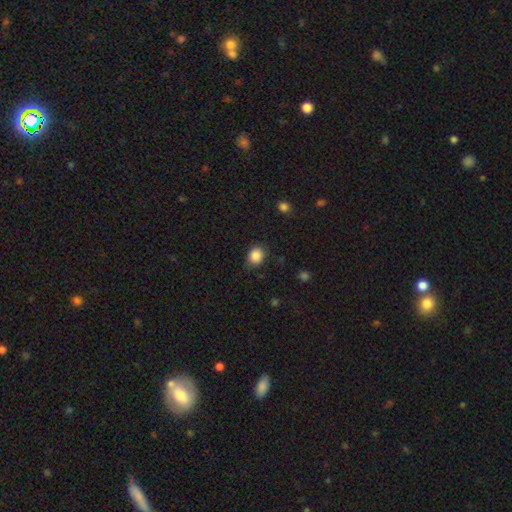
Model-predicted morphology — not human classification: Overall: smooth (87%). How rounded: round (65%; in between 35%). Merging: none (80%).